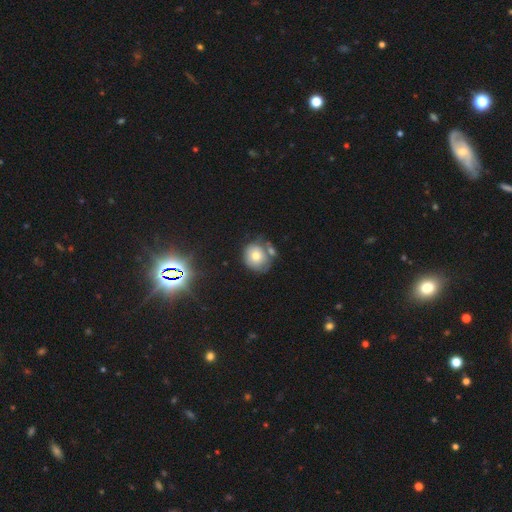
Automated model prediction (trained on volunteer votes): Smooth or featured?
  - smooth: 68% *
  - featured or disk: 20%
  - star or artifact: 12%
How rounded?
  - round: 81% *
  - in between: 18%
  - cigar-shaped: 1%
Merging?
  - none: 52% *
  - merger: 23%
  - minor disturbance: 18%
  - major disturbance: 6%